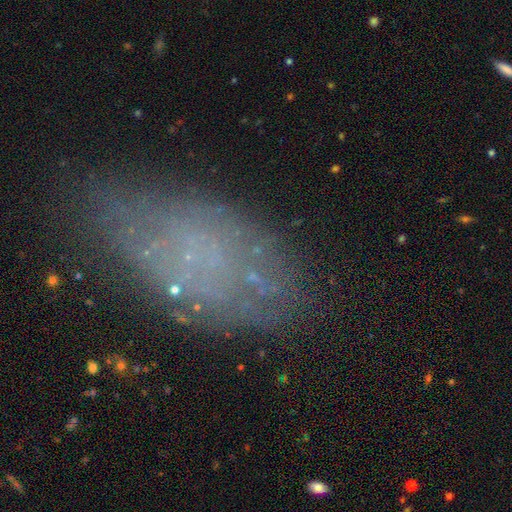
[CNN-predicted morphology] The model was most divided on "smooth or featured" (2-way tie): smooth: 40%, featured or disk: 40%, star or artifact: 20%. More confident: merging — none (62%).